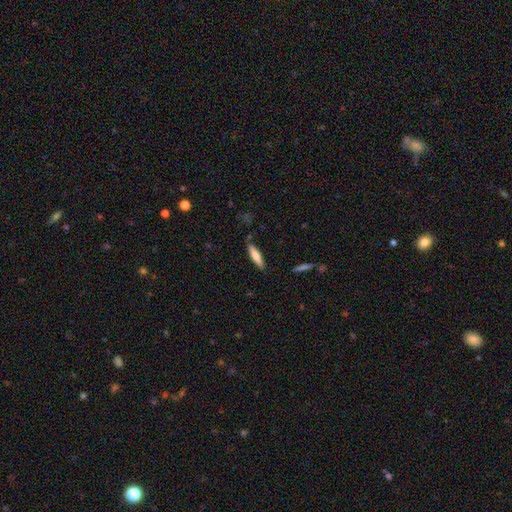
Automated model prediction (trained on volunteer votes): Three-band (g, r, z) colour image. It shows a smooth galaxy with no disk features (72%) that is cigar-shaped (76%). Merging: none (85%).